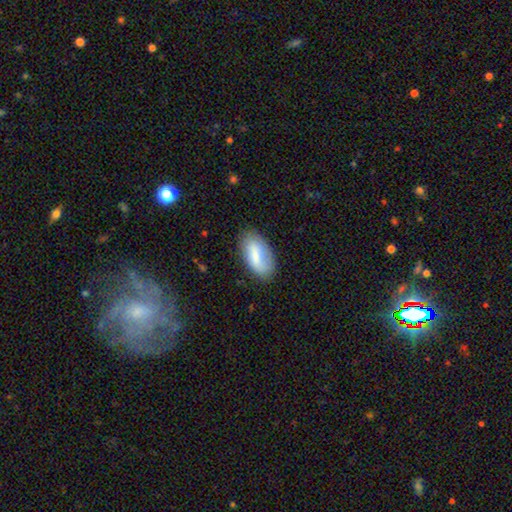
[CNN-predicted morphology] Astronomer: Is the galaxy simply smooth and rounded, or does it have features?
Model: smooth — 73%.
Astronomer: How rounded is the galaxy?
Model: in between — 93%.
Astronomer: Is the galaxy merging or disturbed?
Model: none — 78%.